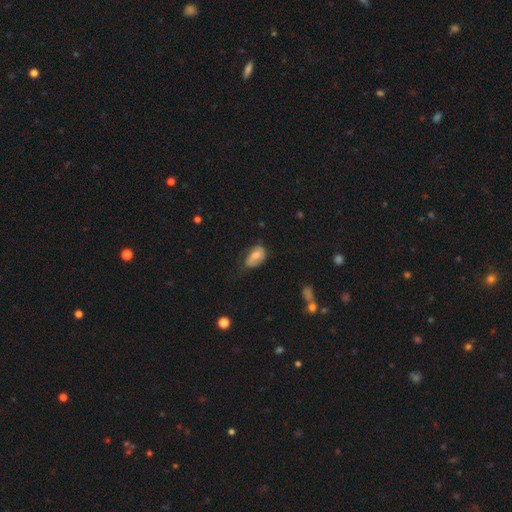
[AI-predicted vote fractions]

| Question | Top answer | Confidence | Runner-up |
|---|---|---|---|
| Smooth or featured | smooth | 70% | featured or disk (22%) |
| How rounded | in between | 89% | round (9%) |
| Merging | none | 43% | minor disturbance (39%) |